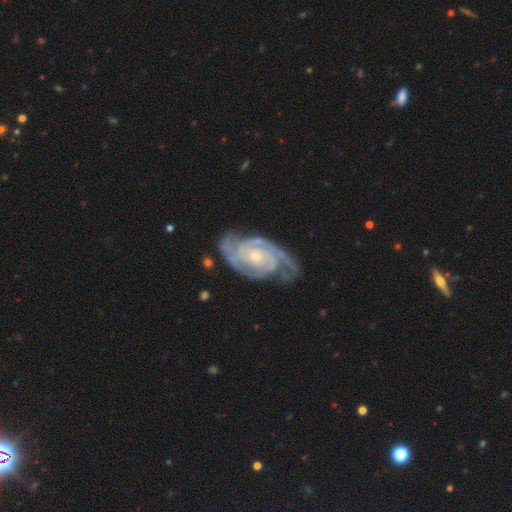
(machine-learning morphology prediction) This is clearly a featured or disk galaxy (91%). It is clearly not viewed edge-on (97%). Bar: likely no (68%). Spiral arm pattern: clearly yes (98%). Spiral arm count: marginally 2 (43%). Spiral winding: likely tight (66%). Central bulge: likely small (70%). Merging: likely none (70%).